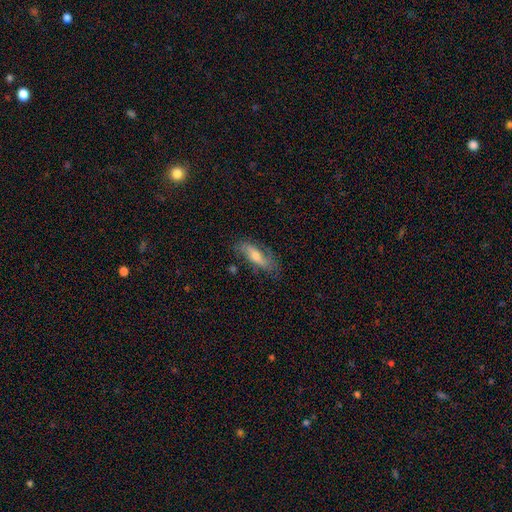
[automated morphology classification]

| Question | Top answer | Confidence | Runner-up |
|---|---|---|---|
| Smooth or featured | featured or disk | 49% | smooth (36%) |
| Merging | none | 79% | minor disturbance (15%) |